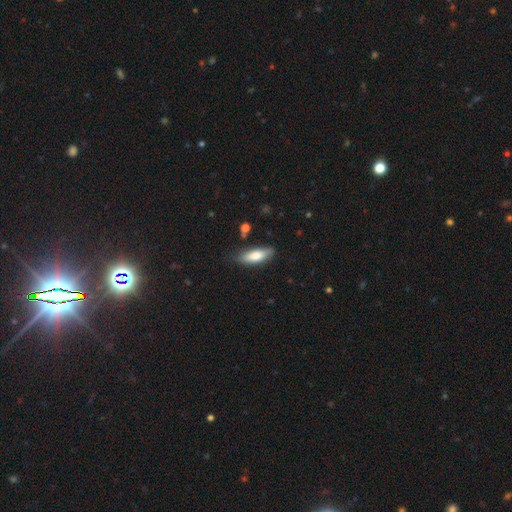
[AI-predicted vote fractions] Morphology: type=smooth (75%); roundness=in between (59%); merging=none (78%).